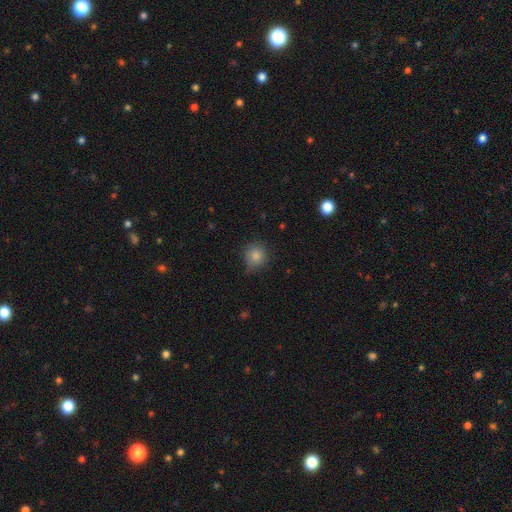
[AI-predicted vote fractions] Overall: smooth (83%). How rounded: round (88%). Merging: none (70%).